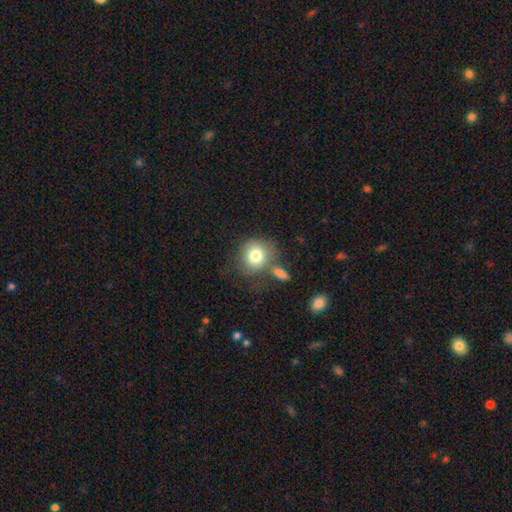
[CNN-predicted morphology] This appears to be a smooth galaxy with no disk features (79%) that is round (80%). Merging: none (59%).